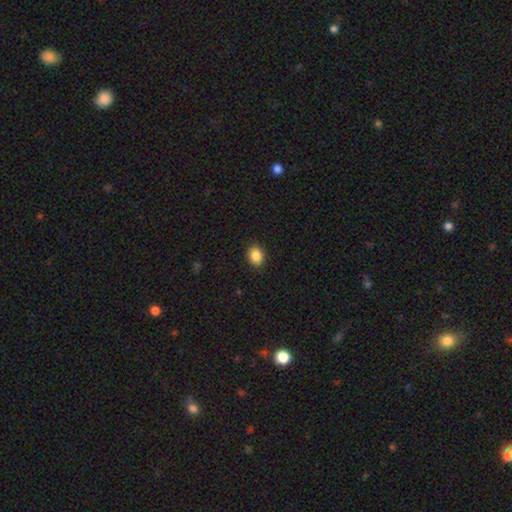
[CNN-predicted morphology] Overall: smooth (87%). How rounded: in between (61%; round 38%). Merging: none (90%).